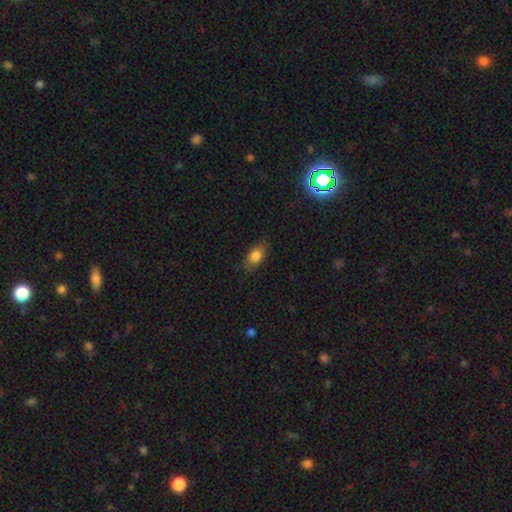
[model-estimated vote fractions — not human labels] smooth_or_featured: smooth (p=0.81) [alt: featured or disk p=0.10]
how_rounded: in between (p=0.86) [alt: round p=0.08]
merging: none (p=0.83) [alt: minor disturbance p=0.13]